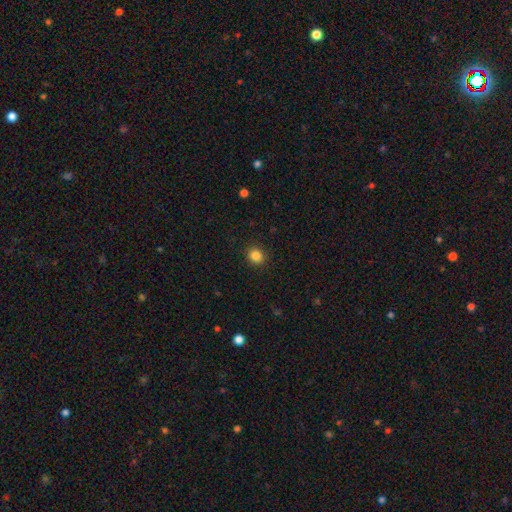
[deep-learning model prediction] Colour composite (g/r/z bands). It shows a smooth galaxy with no disk features (85%) that is round (80%). Merging: none (90%).